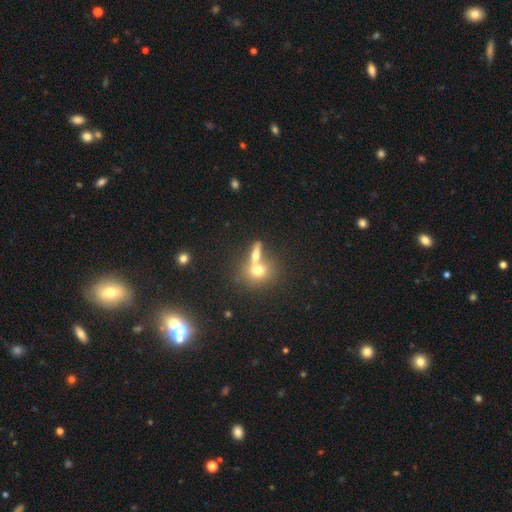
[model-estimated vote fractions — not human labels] smooth 65%, featured or disk 24%, star or artifact 12%. Down the decision tree: how rounded — round (47%); merging — merger (48%).